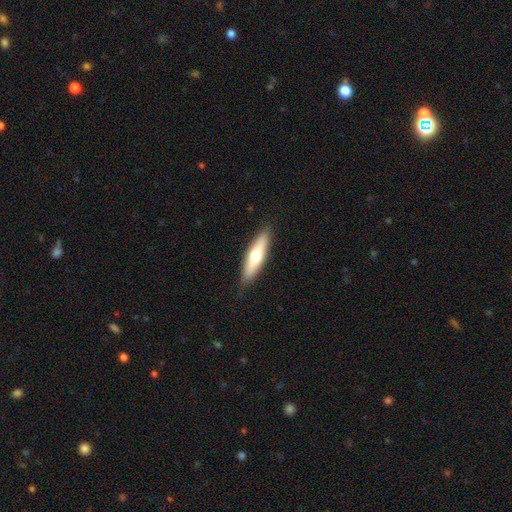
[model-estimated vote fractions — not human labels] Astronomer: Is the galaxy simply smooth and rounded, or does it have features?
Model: smooth — 58% (runner-up: featured or disk, 37%).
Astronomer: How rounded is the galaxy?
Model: cigar-shaped — 68%.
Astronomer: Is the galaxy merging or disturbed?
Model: none — 87%.